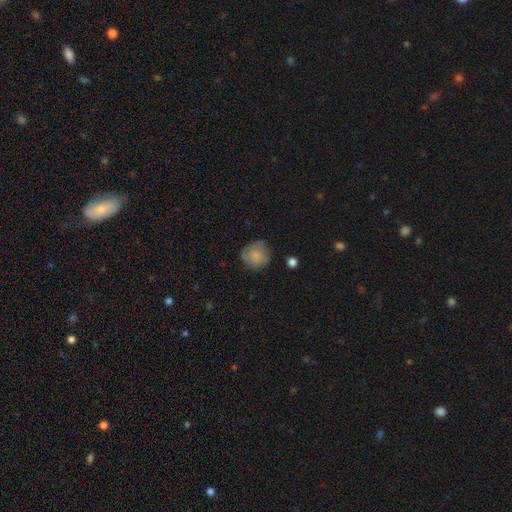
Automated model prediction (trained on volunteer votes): This appears to be a smooth galaxy with no disk features (74%) that is round (88%). Merging: none (71%).